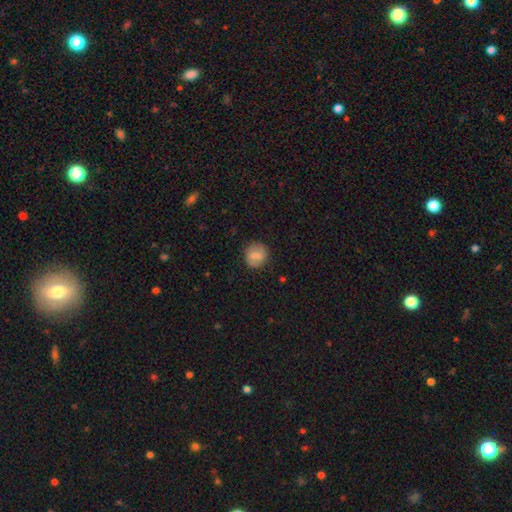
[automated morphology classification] Smooth or featured? smooth (70%)
How rounded? round (82%)
Merging? none (84%)